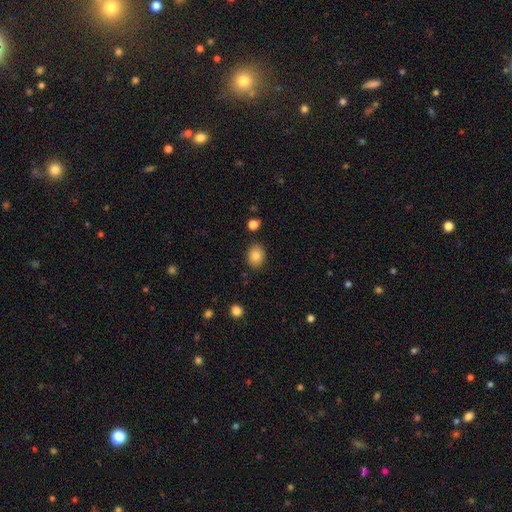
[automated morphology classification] A smooth galaxy with no disk features (84%) that is in between round and cigar-shaped (54%). Merging: none (86%).